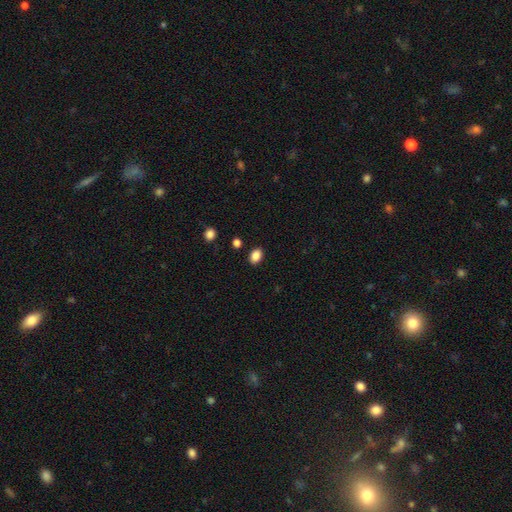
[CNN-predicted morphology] type=smooth (87%); roundness=in between (76%); merging=none (88%).